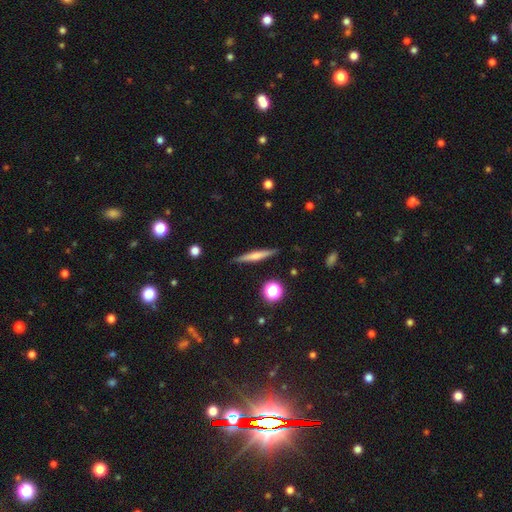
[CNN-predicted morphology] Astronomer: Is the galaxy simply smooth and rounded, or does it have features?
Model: smooth — 48% (runner-up: featured or disk, 44%).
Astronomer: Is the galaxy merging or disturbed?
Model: none — 89%.